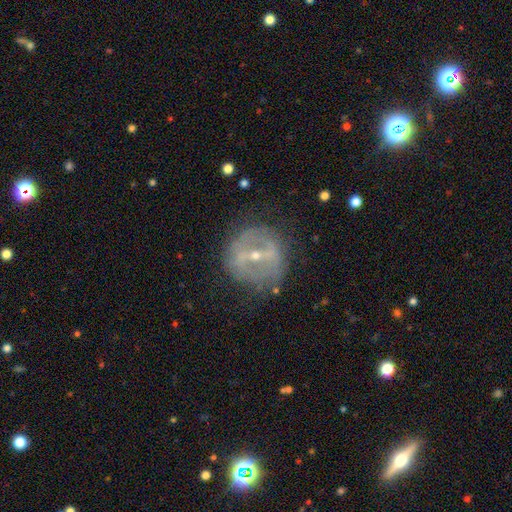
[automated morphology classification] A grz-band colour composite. It shows a featured or disk galaxy (73%) with a strong bar (61%), no spiral arms (70%) and a small central bulge (67%). Merging: none (72%).